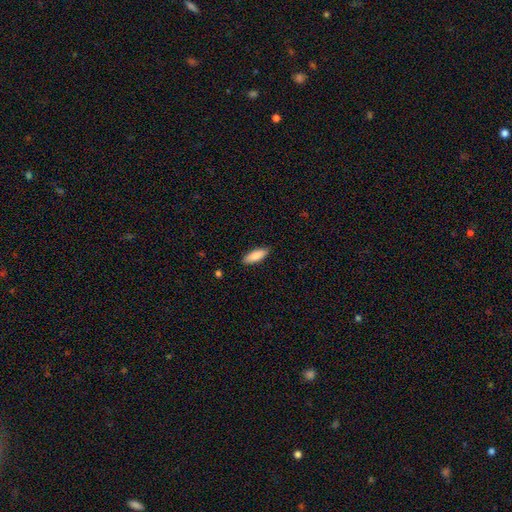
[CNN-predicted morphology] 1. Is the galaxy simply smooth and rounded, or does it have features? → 85% smooth, 9% featured or disk, 6% star or artifact.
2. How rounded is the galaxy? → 62% in between, 36% cigar-shaped, 2% round.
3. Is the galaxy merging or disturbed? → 88% none, 9% minor disturbance, 2% major disturbance, 1% merger.